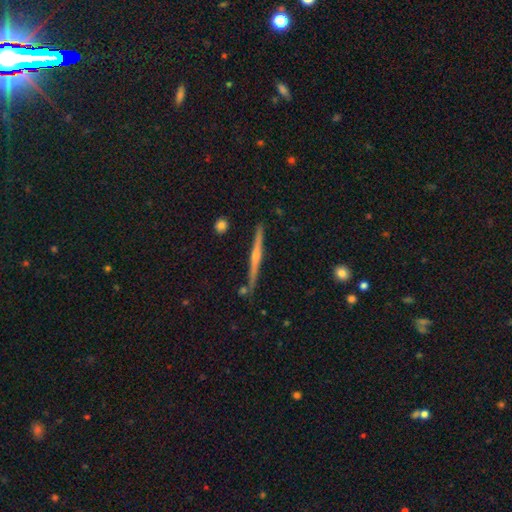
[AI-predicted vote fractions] A featured or disk galaxy (76%) viewed edge-on (98%) with a rounded central bulge (72%). Merging: none (88%).